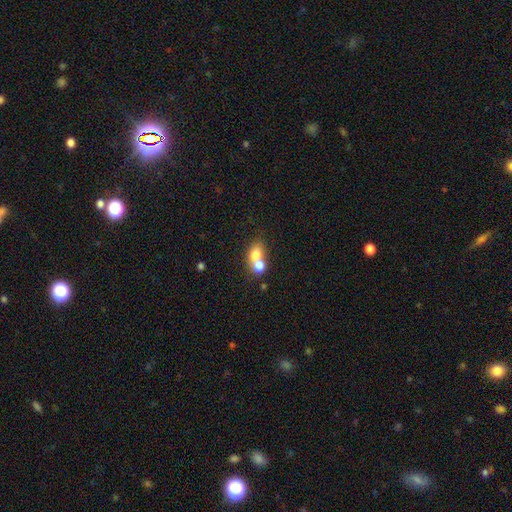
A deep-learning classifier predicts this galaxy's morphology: type=smooth (72%); roundness=in between (54%); merging=merger (65%).